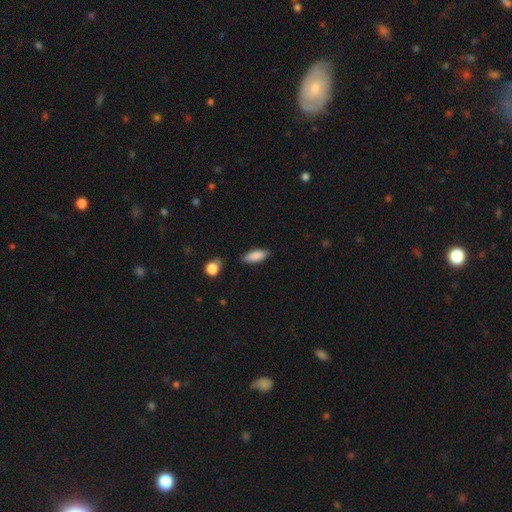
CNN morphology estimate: A smooth galaxy with no disk features (87%) that is in between round and cigar-shaped (78%).

Vote fractions:
- Smooth or featured? smooth: 87% / star or artifact: 7% / featured or disk: 6%
- How rounded? in between: 78% / cigar-shaped: 19% / round: 2%
- Merging? none: 80% / minor disturbance: 14% / merger: 3% / major disturbance: 3%